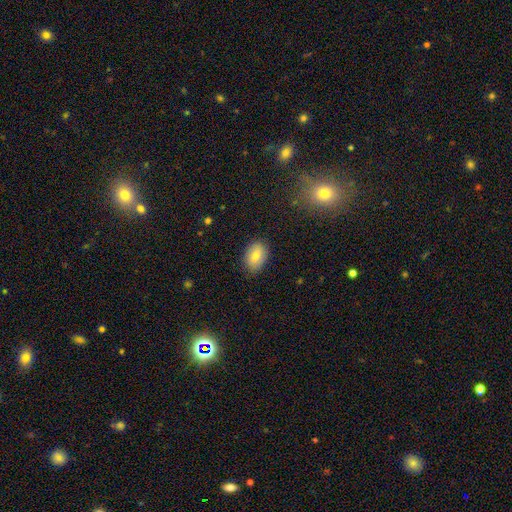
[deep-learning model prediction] Smooth or featured?
  - smooth: 79% *
  - featured or disk: 13%
  - star or artifact: 8%
How rounded?
  - in between: 85% *
  - round: 14%
  - cigar-shaped: 1%
Merging?
  - none: 85% *
  - minor disturbance: 11%
  - major disturbance: 3%
  - merger: 1%